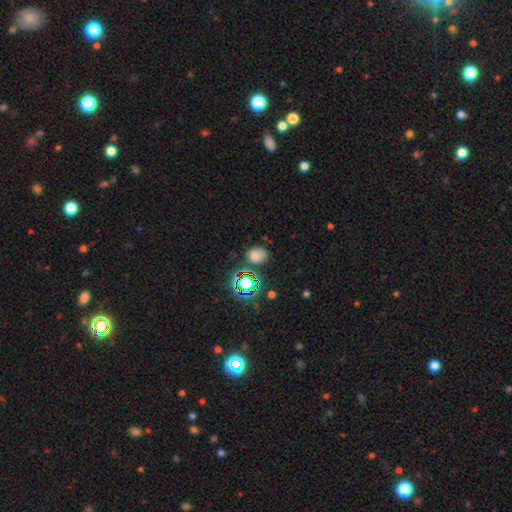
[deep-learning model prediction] Smooth or featured?
  - smooth: 66% *
  - star or artifact: 26%
  - featured or disk: 8%
How rounded?
  - round: 58% *
  - in between: 41%
  - cigar-shaped: 1%
Merging?
  - none: 67% *
  - minor disturbance: 19%
  - major disturbance: 7%
  - merger: 7%